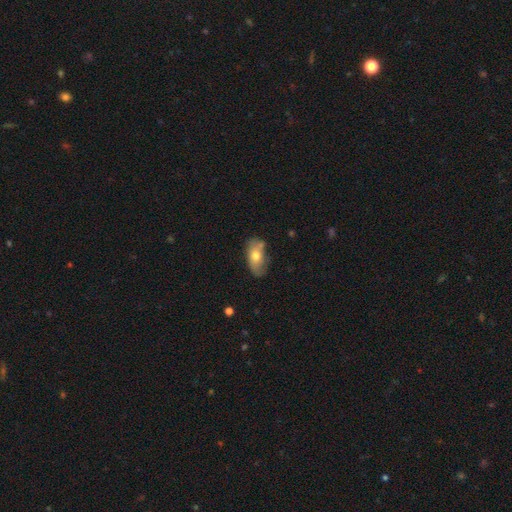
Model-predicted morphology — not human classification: Overall: smooth (67%). How rounded: in between (90%). Merging: none (59%; minor disturbance 27%).